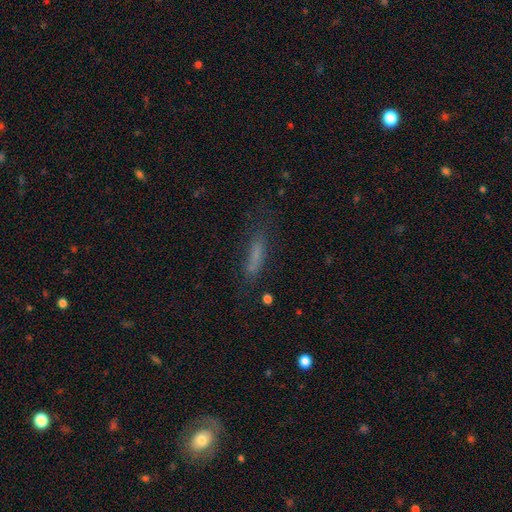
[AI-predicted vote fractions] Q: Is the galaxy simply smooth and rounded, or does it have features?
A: smooth — 65%.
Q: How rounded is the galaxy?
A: cigar-shaped — 78%.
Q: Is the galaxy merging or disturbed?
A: none — 63%.